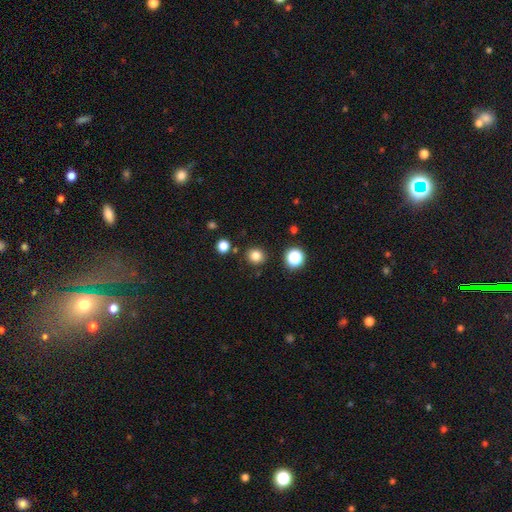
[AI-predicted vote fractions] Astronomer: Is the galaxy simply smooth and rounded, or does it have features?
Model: smooth — 82%.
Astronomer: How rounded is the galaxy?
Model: round — 86%.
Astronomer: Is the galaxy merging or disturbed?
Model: none — 87%.